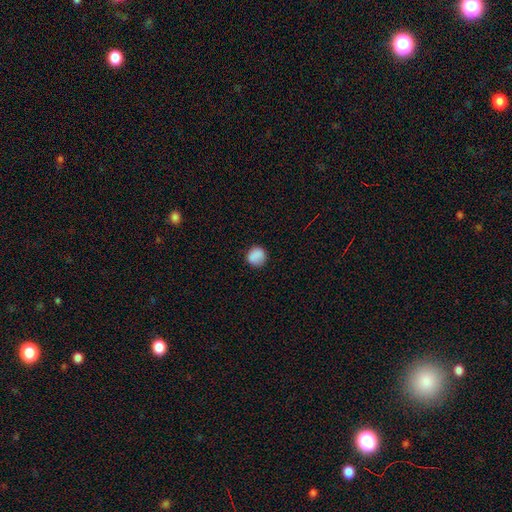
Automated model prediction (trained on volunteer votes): smooth 87%, star or artifact 9%, featured or disk 4%. Down the decision tree: how rounded — round (89%); merging — none (86%).